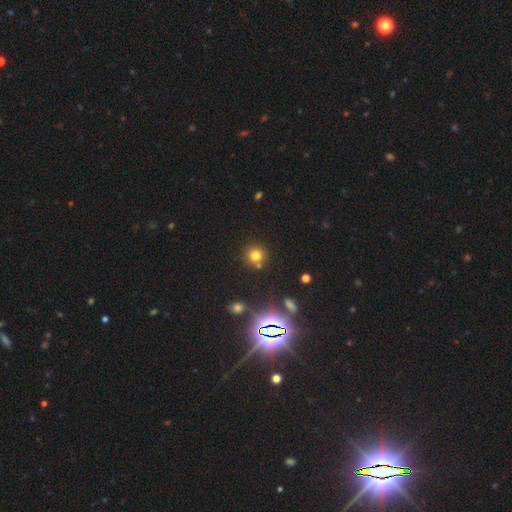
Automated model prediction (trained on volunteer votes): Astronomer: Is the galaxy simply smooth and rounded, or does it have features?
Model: smooth — 72%.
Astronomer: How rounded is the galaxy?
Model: round — 91%.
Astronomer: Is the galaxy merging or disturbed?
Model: none — 77%.